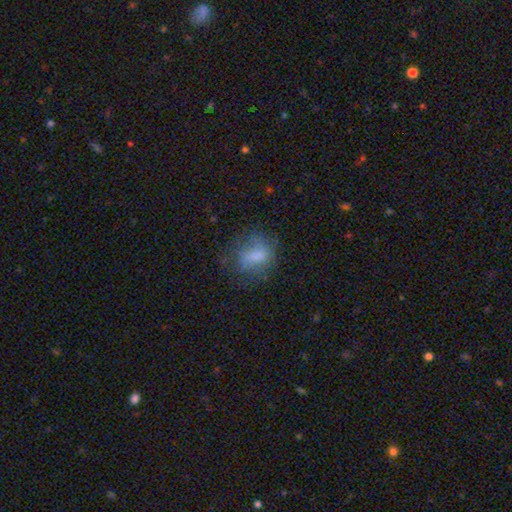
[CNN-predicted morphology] This appears to be a smooth galaxy with no disk features (68%) that is in between round and cigar-shaped (61%). Merging: none (53%).